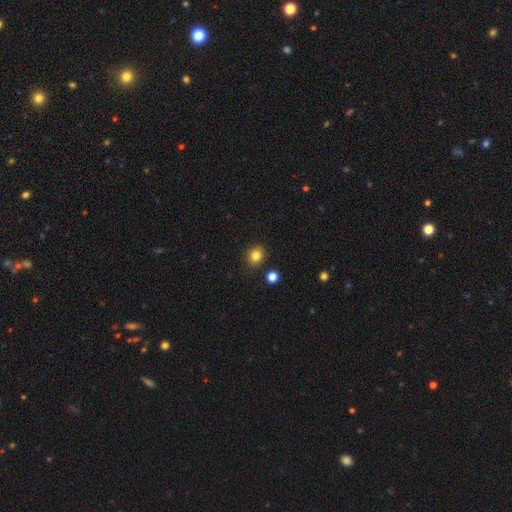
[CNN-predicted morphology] A smooth galaxy with no disk features (82%) that is round (78%). Merging: none (88%).